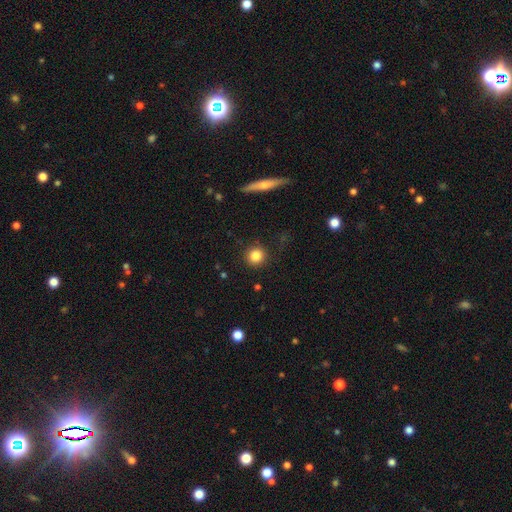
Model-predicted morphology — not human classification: A smooth galaxy with no disk features (84%) that is round (92%).

Vote fractions:
- Smooth or featured? smooth: 84% / star or artifact: 10% / featured or disk: 6%
- How rounded? round: 92% / in between: 6% / cigar-shaped: 1%
- Merging? none: 88% / minor disturbance: 8% / major disturbance: 3% / merger: 1%